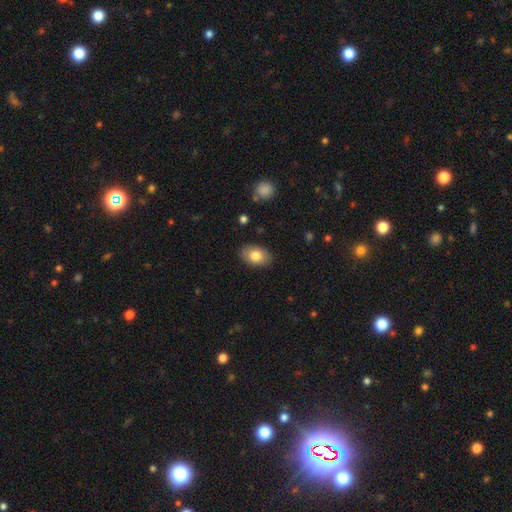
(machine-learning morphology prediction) This appears to be a smooth galaxy with no disk features (80%) that is in between round and cigar-shaped (88%). Merging: none (87%).